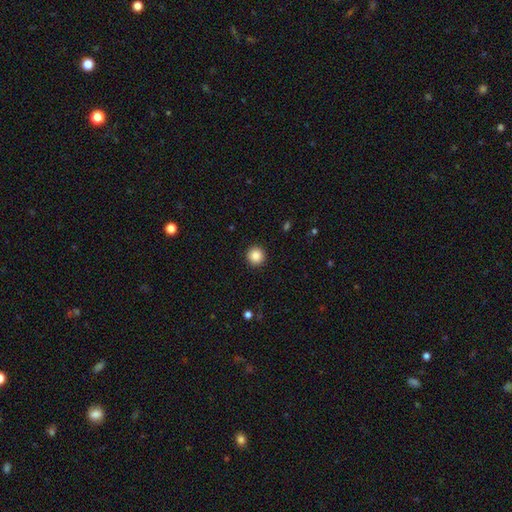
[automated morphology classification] Q: Smooth or featured?
A: smooth (87%); runner-up: star or artifact (9%)
Q: How rounded?
A: round (95%); runner-up: in between (4%)
Q: Merging?
A: none (93%); runner-up: minor disturbance (4%)